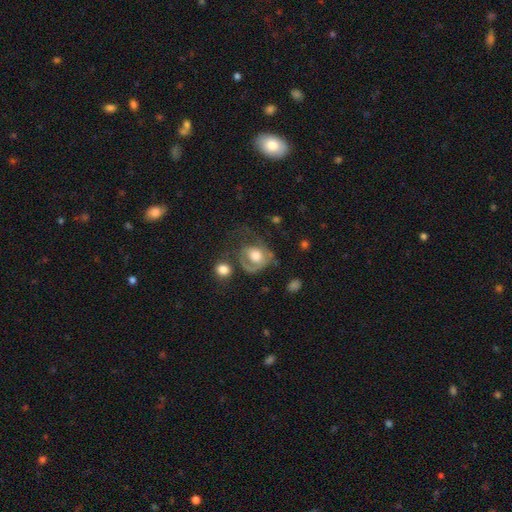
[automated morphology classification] smooth_or_featured: featured or disk (p=0.53) [alt: smooth p=0.39]
disk_edge_on: no (p=0.97) [alt: yes p=0.03]
bar: no (p=0.80) [alt: weak p=0.17]
has_spiral_arms: yes (p=0.61) [alt: no p=0.39]
bulge_size: moderate (p=0.48) [alt: large p=0.38]
merging: major disturbance (p=0.43) [alt: none p=0.30]